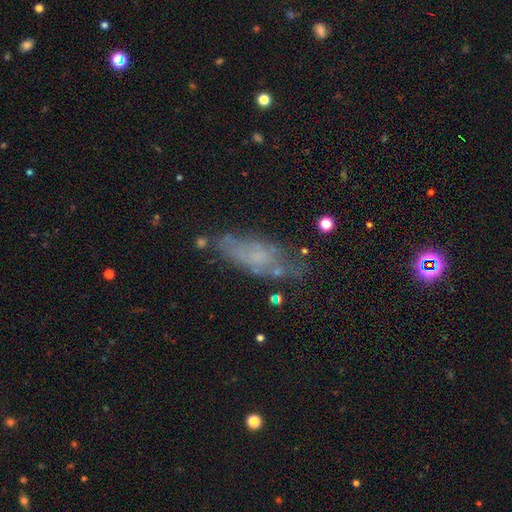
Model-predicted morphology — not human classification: smooth 50%, featured or disk 36%, star or artifact 14%. Down the decision tree: merging — none (55%).